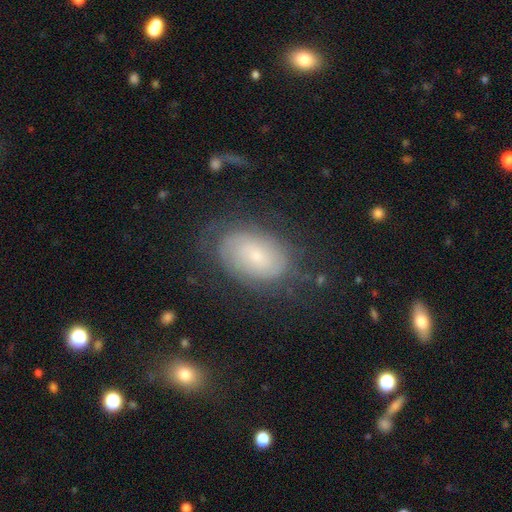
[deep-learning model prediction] smooth_or_featured: featured or disk (p=0.52) [alt: smooth p=0.38]
disk_edge_on: no (p=0.95) [alt: yes p=0.05]
merging: none (p=0.67) [alt: minor disturbance p=0.20]